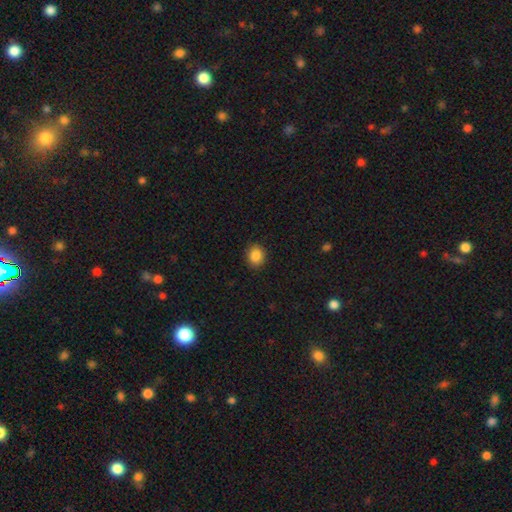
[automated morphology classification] Smooth or featured? smooth (86%)
How rounded? round (70%)
Merging? none (89%)